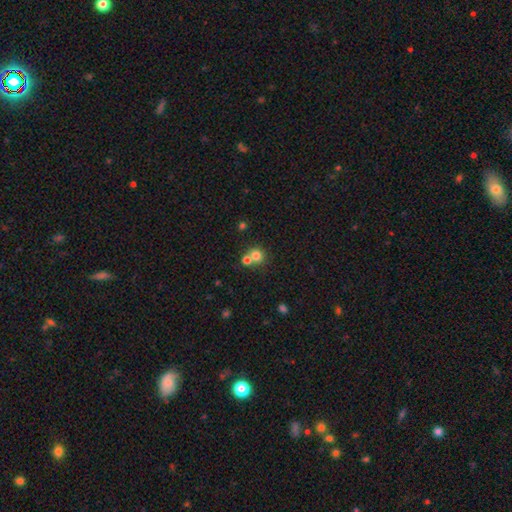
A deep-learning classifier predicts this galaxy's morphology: smooth_or_featured: smooth (p=0.76) [alt: star or artifact p=0.14]
how_rounded: round (p=0.84) [alt: in between p=0.15]
merging: none (p=0.47) [alt: merger p=0.44]